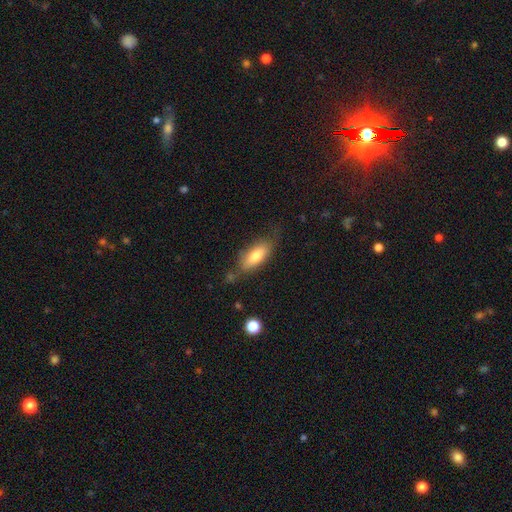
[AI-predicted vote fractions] smooth_or_featured: smooth (p=0.76) [alt: featured or disk p=0.18]
how_rounded: in between (p=0.76) [alt: cigar-shaped p=0.21]
merging: none (p=0.64) [alt: minor disturbance p=0.24]